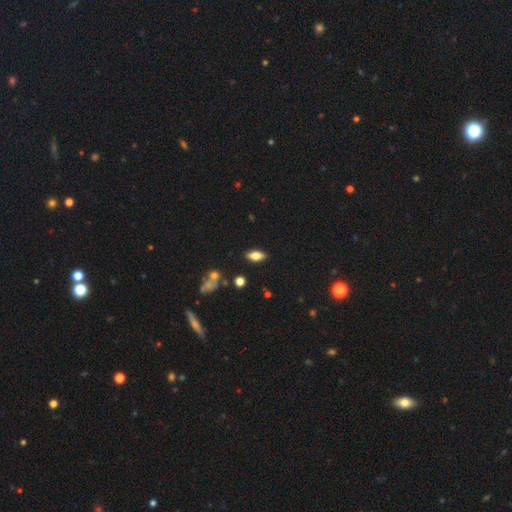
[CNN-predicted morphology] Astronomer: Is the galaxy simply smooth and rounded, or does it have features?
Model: smooth — 69%.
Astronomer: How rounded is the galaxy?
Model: in between — 82%.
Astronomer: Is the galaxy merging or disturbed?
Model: none — 85%.